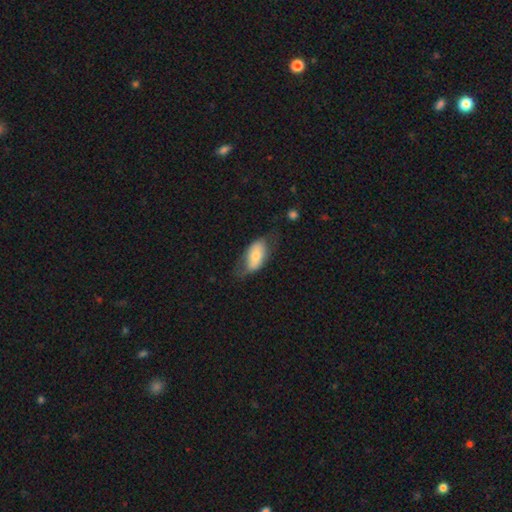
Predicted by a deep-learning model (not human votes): This appears to be a smooth galaxy with no disk features (63%) that is in between round and cigar-shaped (92%). Merging: none (49%).